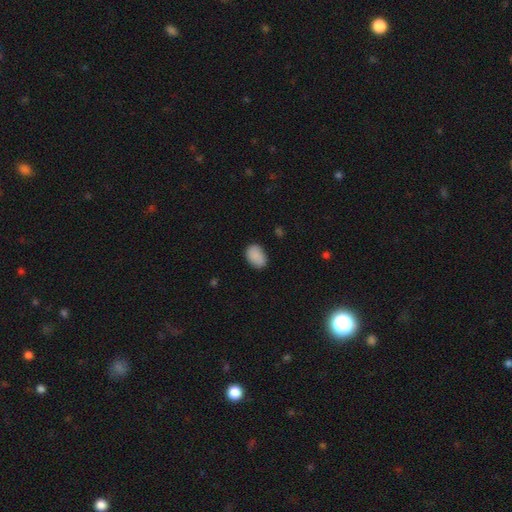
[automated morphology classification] The model was most divided on "merging": none: 82%, minor disturbance: 14%, major disturbance: 3%, merger: 1%. More confident: smooth or featured — smooth (89%); how rounded — in between (85%).